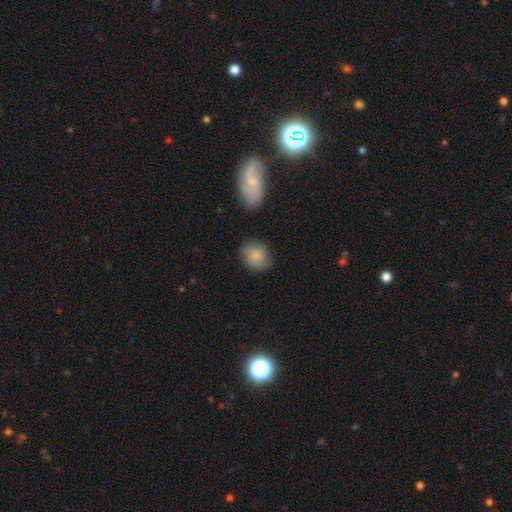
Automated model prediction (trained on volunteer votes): This appears to be a smooth galaxy with no disk features (79%) that is round (70%). Merging: none (72%).